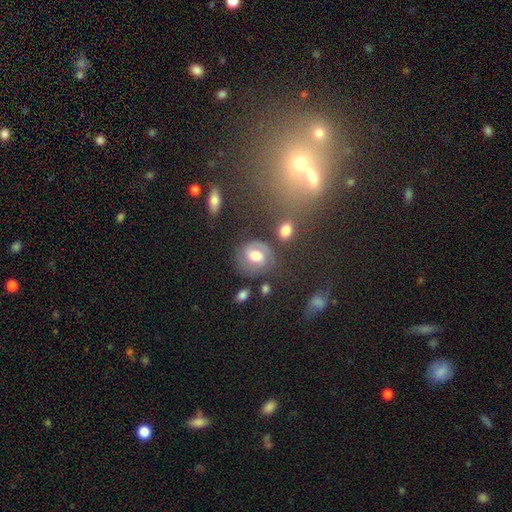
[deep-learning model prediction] Smooth or featured? featured or disk (51%)
Edge-on disk? no (96%)
Merging? none (68%)